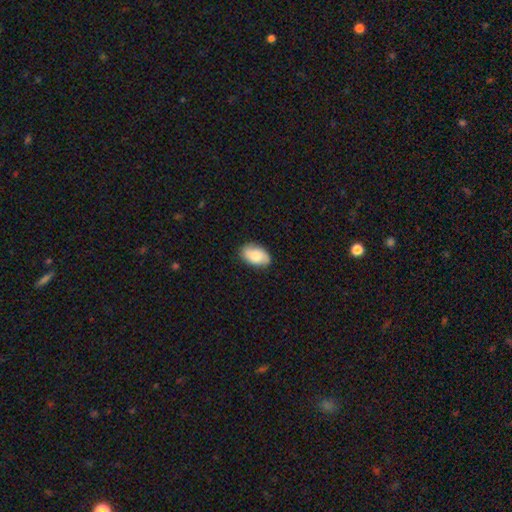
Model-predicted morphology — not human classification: Smooth or featured? smooth (80%)
How rounded? in between (93%)
Merging? none (83%)